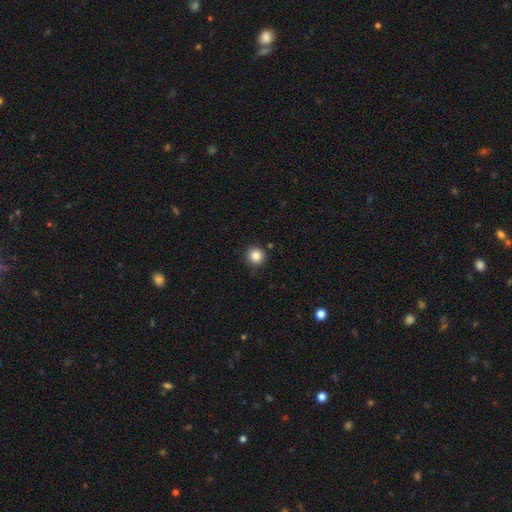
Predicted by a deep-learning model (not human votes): Smooth or featured? Predicted: smooth (p=0.86). How rounded? Predicted: round (p=0.94). Merging? Predicted: none (p=0.88).